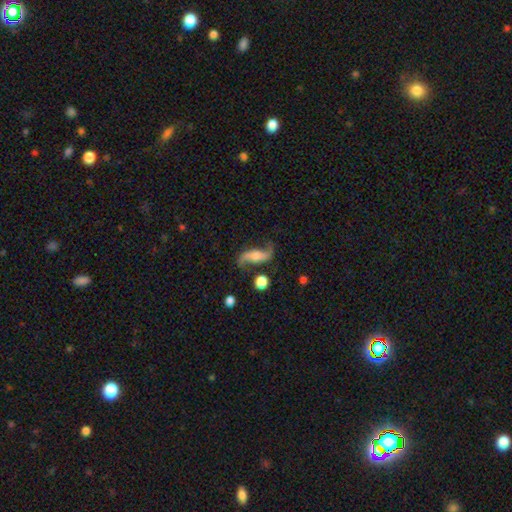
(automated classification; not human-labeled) featured or disk 82%, smooth 11%, star or artifact 7%. Down the decision tree: edge-on disk — no (92%); bar — no (50%); spiral arms — yes (96%); spiral arm count — 2 (93%); spiral winding — loose (87%); bulge size — moderate (42%); merging — none (72%).